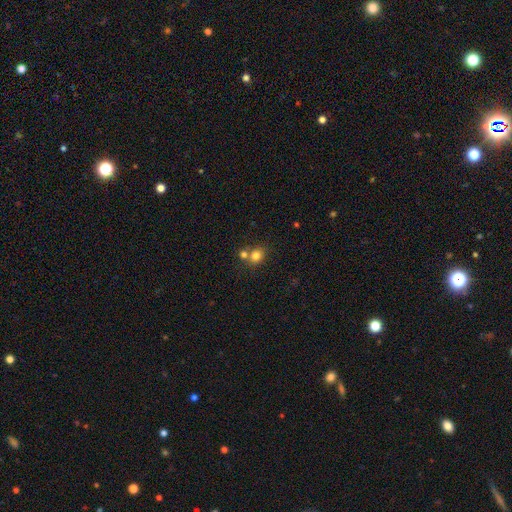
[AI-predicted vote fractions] Q: Smooth or featured?
A: smooth (79%); runner-up: star or artifact (12%)
Q: How rounded?
A: round (72%); runner-up: in between (27%)
Q: Merging?
A: none (53%); runner-up: merger (35%)